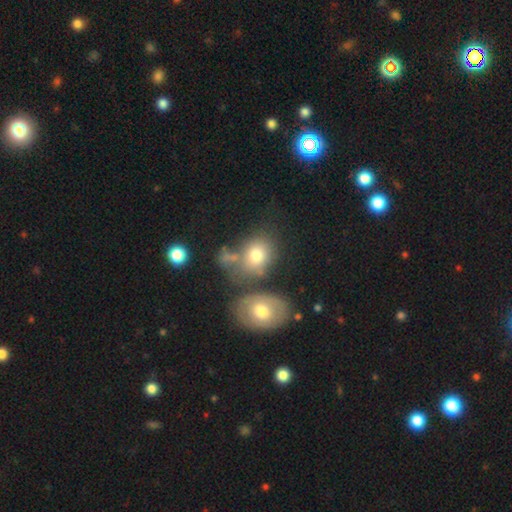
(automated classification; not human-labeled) A smooth galaxy with no disk features (69%) that is in between round and cigar-shaped (51%). Merging: none (44%).